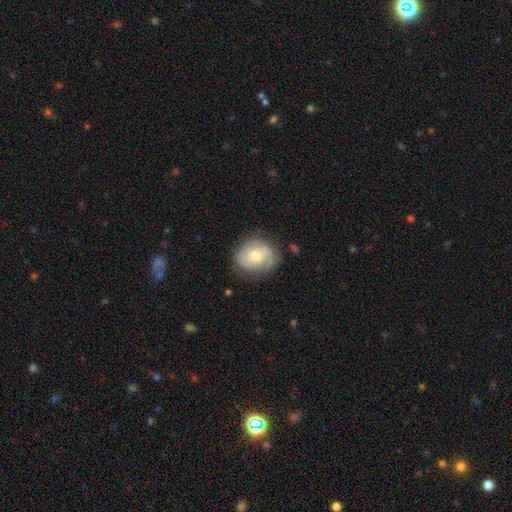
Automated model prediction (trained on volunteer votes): Q: Smooth or featured?
A: featured or disk (59%); runner-up: smooth (34%)
Q: Edge-on disk?
A: no (97%); runner-up: yes (3%)
Q: Bar?
A: no (65%); runner-up: weak (28%)
Q: Spiral arms?
A: yes (81%); runner-up: no (19%)
Q: Bulge size?
A: moderate (60%); runner-up: small (35%)
Q: Merging?
A: none (71%); runner-up: minor disturbance (20%)